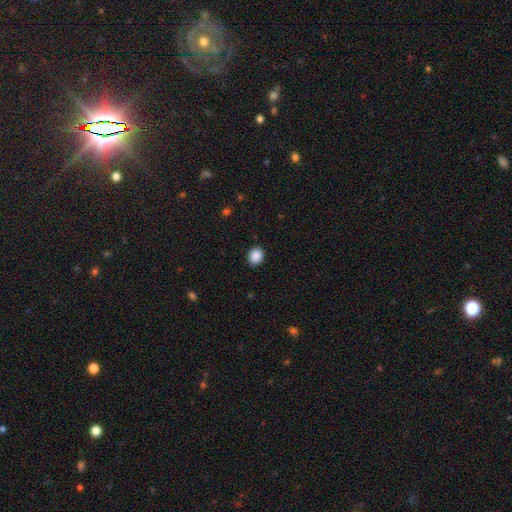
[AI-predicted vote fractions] This is clearly a smooth galaxy (89%). How rounded: possibly round (60%). Merging: clearly none (89%).